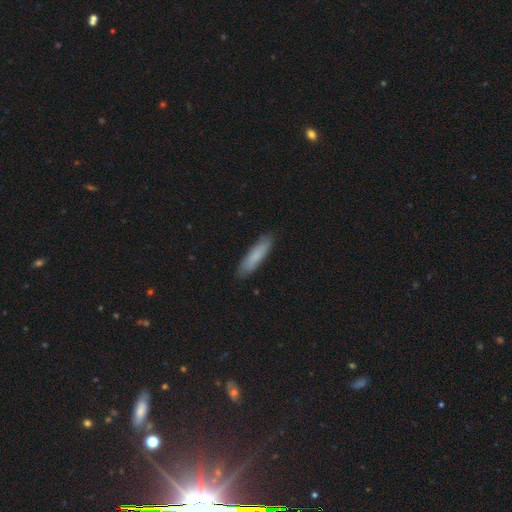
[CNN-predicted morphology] Smooth or featured: smooth — 78% (featured or disk — 16%)
How rounded: cigar-shaped — 75% (in between — 24%)
Merging: none — 86% (minor disturbance — 11%)